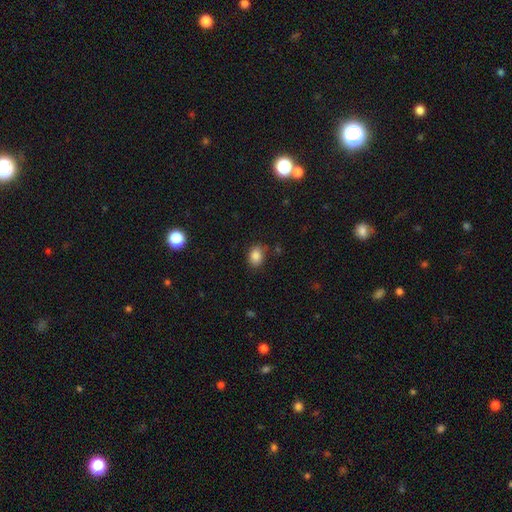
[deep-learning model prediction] smooth_or_featured: smooth (p=0.85) [alt: star or artifact p=0.10]
how_rounded: in between (p=0.62) [alt: round p=0.37]
merging: none (p=0.80) [alt: minor disturbance p=0.14]